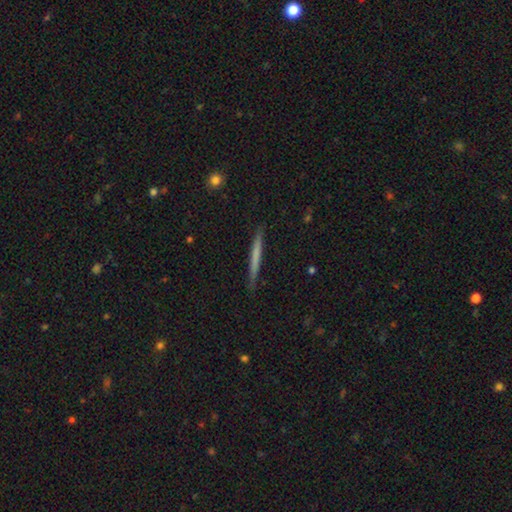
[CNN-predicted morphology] This is possibly a smooth galaxy (59%). How rounded: clearly cigar-shaped (97%). Merging: clearly none (88%).